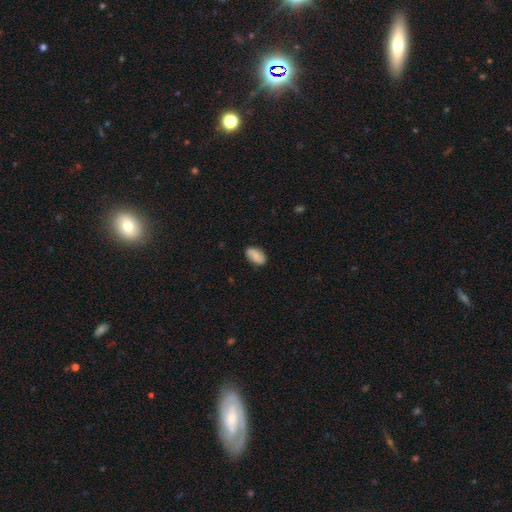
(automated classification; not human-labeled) A smooth galaxy with no disk features (70%) that is in between round and cigar-shaped (92%). Merging: none (81%).